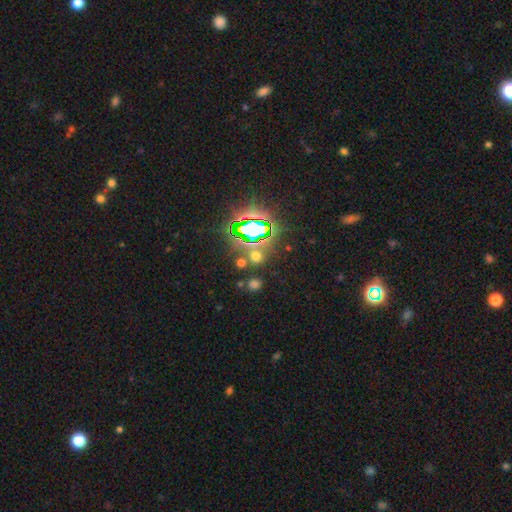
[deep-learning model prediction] Smooth or featured? Predicted: star or artifact (p=0.50).